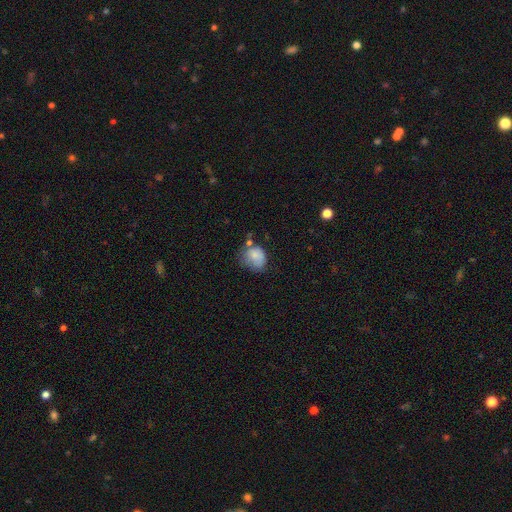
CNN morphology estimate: Overall: smooth (74%). How rounded: round (59%; in between 40%). Merging: none (38%; minor disturbance 33%).